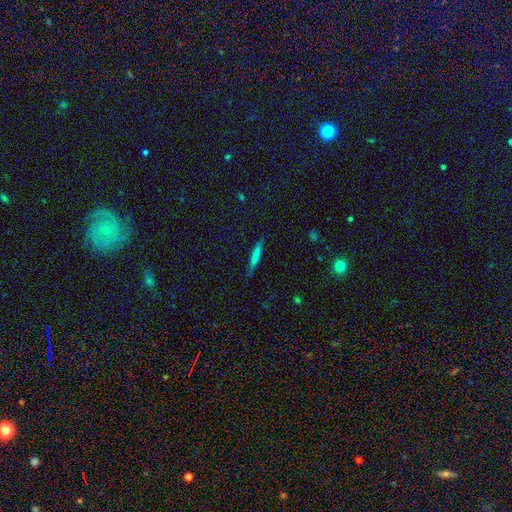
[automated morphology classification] This appears to be a smooth galaxy with no disk features (67%) that is cigar-shaped (91%). Merging: none (84%).